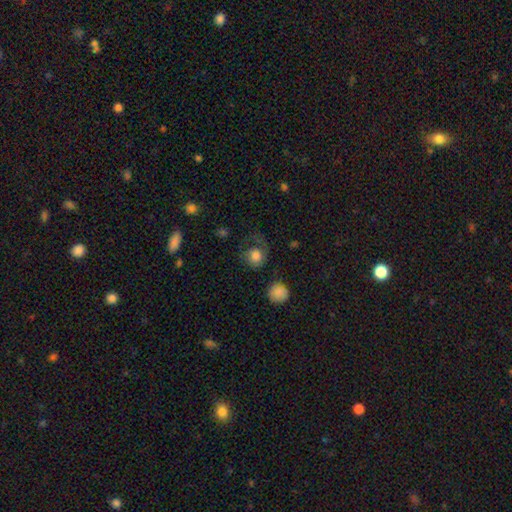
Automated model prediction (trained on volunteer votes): smooth 70%, featured or disk 20%, star or artifact 9%. Down the decision tree: how rounded — round (79%); merging — none (41%).